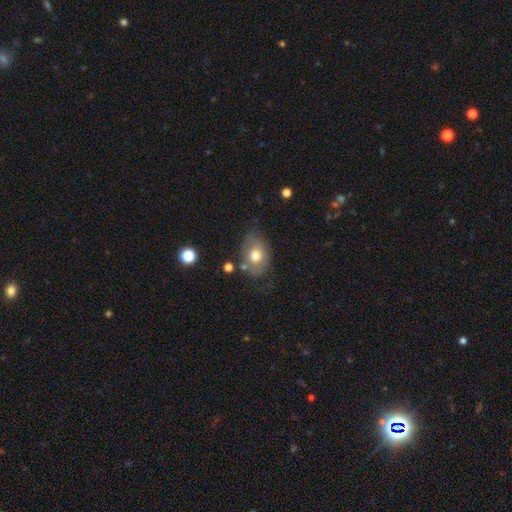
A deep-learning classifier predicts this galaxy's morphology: smooth_or_featured: smooth (p=0.67) [alt: featured or disk p=0.24]
how_rounded: in between (p=0.76) [alt: round p=0.23]
merging: none (p=0.65) [alt: minor disturbance p=0.22]